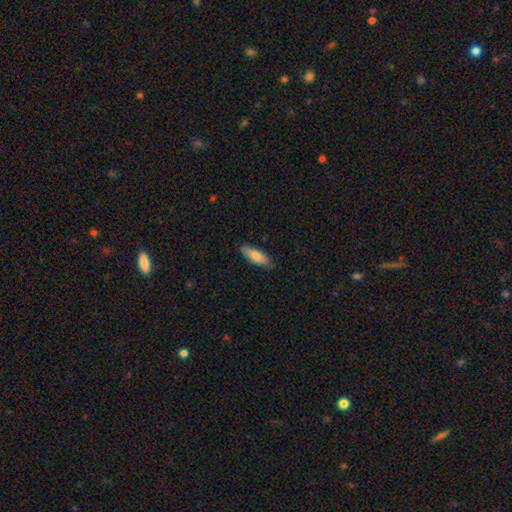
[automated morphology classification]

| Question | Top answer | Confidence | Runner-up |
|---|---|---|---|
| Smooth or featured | smooth | 76% | featured or disk (19%) |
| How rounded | in between | 56% | cigar-shaped (42%) |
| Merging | none | 85% | minor disturbance (12%) |